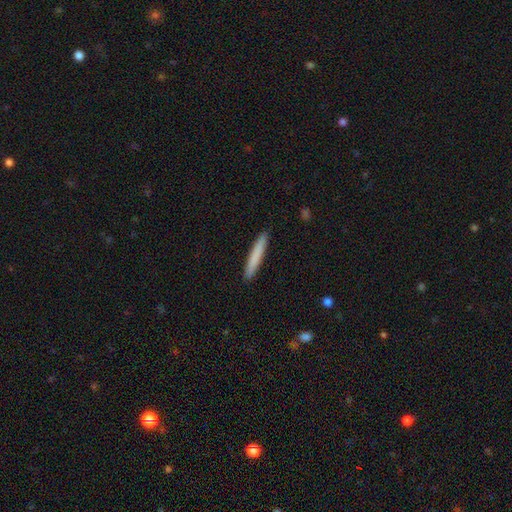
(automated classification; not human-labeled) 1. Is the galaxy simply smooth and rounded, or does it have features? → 79% smooth, 16% featured or disk, 5% star or artifact.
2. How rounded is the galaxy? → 96% cigar-shaped, 3% in between, 1% round.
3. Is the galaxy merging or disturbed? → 92% none, 6% minor disturbance, 1% major disturbance, 1% merger.